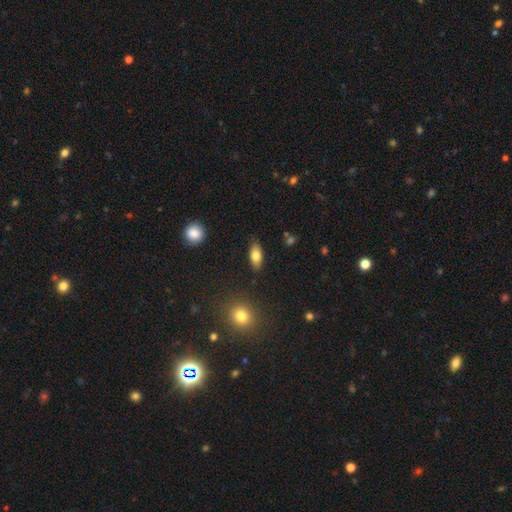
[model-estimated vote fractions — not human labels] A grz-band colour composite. It shows a smooth galaxy with no disk features (79%) that is in between round and cigar-shaped (87%). Merging: none (85%).